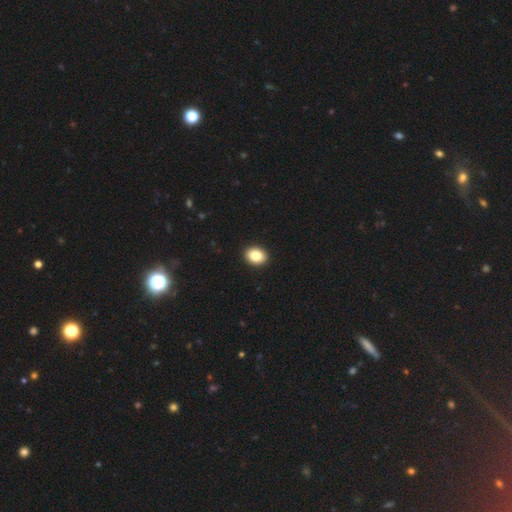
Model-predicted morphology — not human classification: This is clearly a smooth galaxy (85%). How rounded: possibly in between (59%). Merging: clearly none (93%).